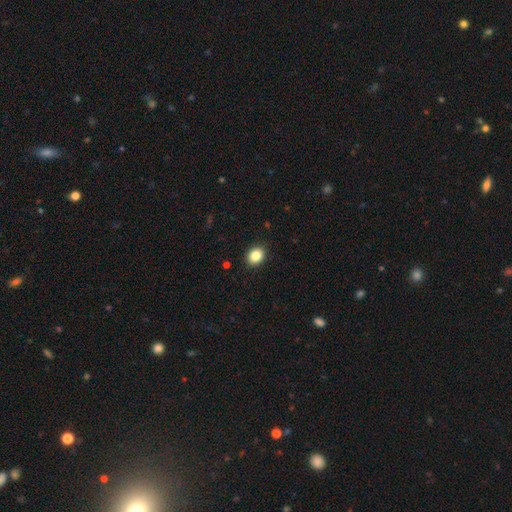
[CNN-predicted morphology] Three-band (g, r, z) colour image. It shows a smooth galaxy with no disk features (86%) that is round (50%). Merging: none (90%).